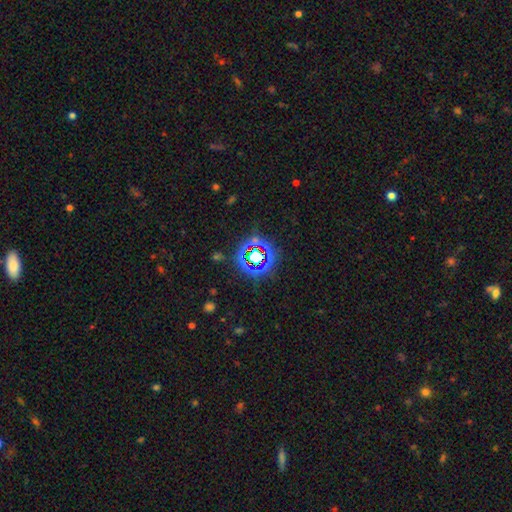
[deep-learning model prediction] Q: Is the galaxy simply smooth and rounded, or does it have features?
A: star or artifact — 71%.